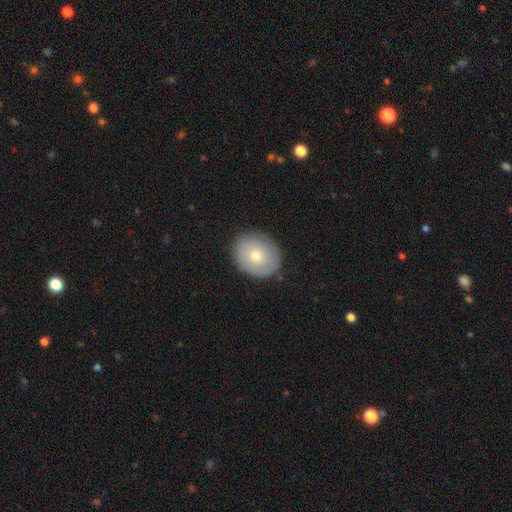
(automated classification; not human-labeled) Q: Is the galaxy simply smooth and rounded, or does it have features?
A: smooth — 65%.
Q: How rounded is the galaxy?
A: round — 73%.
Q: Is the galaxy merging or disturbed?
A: none — 87%.